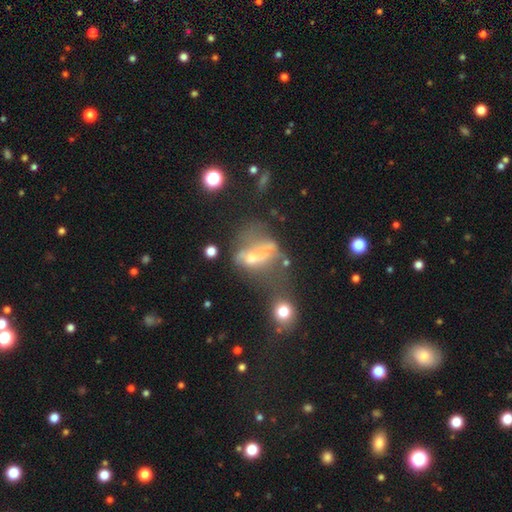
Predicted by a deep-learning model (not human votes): smooth-or-featured: featured or disk: 43% | smooth: 38% | star or artifact: 19%
  merging: major disturbance: 41% | merger: 29% | none: 16% | minor disturbance: 13%